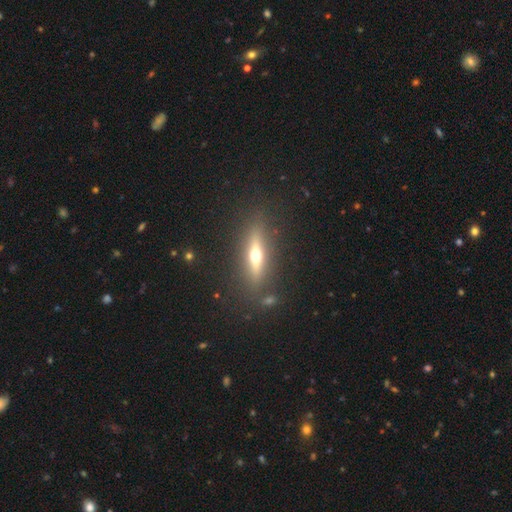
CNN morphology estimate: type=featured or disk (58%); edge-on=yes (88%); edge-on bulge=rounded (95%); merging=none (85%).